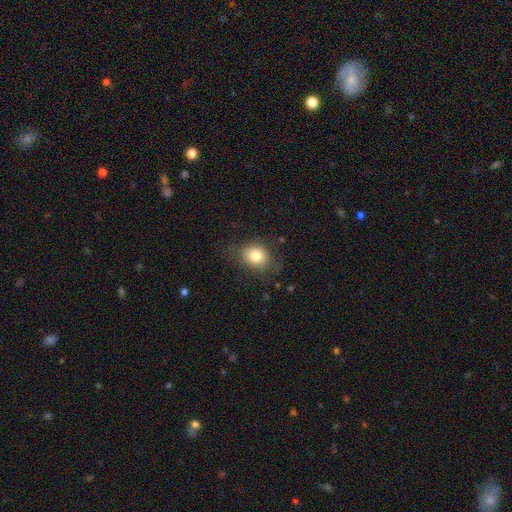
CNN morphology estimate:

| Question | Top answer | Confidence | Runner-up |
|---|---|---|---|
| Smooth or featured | smooth | 80% | featured or disk (10%) |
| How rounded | round | 52% | in between (47%) |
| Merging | none | 71% | minor disturbance (19%) |